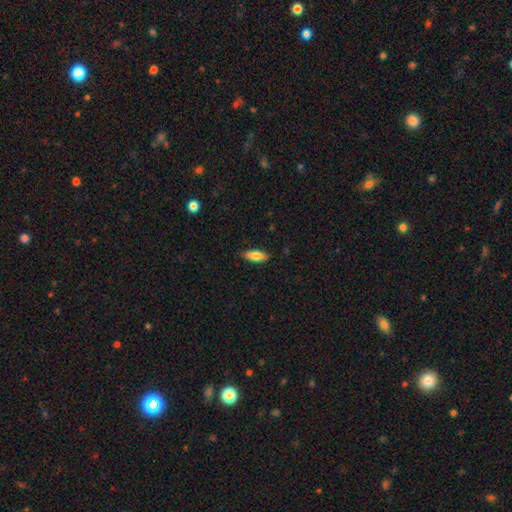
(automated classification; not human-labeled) Q: Smooth or featured?
A: smooth (83%); runner-up: featured or disk (11%)
Q: How rounded?
A: in between (71%); runner-up: cigar-shaped (27%)
Q: Merging?
A: none (85%); runner-up: minor disturbance (12%)